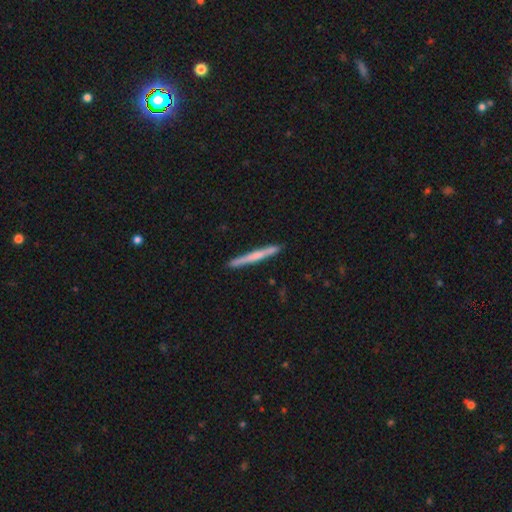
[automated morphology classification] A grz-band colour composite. It shows a smooth galaxy with no disk features (52%) that is cigar-shaped (97%). Merging: none (88%).